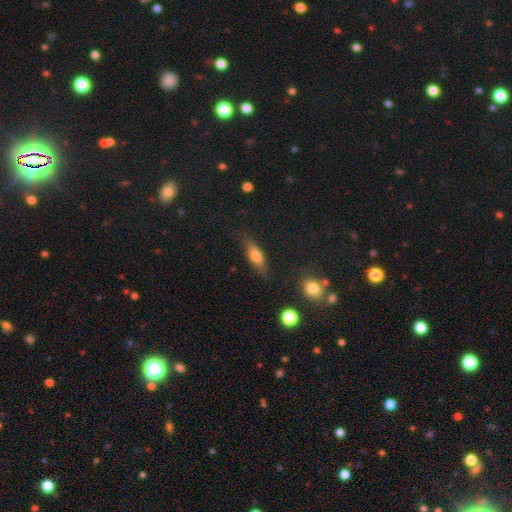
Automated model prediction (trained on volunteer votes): Smooth or featured? Predicted: smooth (p=0.65). How rounded? Predicted: in between (p=0.56). Merging? Predicted: none (p=0.77).